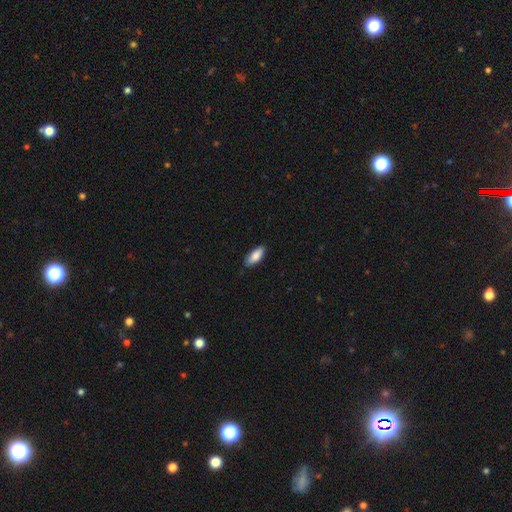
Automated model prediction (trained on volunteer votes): Smooth or featured?
  - smooth: 87% *
  - featured or disk: 7%
  - star or artifact: 6%
How rounded?
  - in between: 83% *
  - cigar-shaped: 16%
  - round: 2%
Merging?
  - none: 84% *
  - minor disturbance: 13%
  - major disturbance: 2%
  - merger: 1%